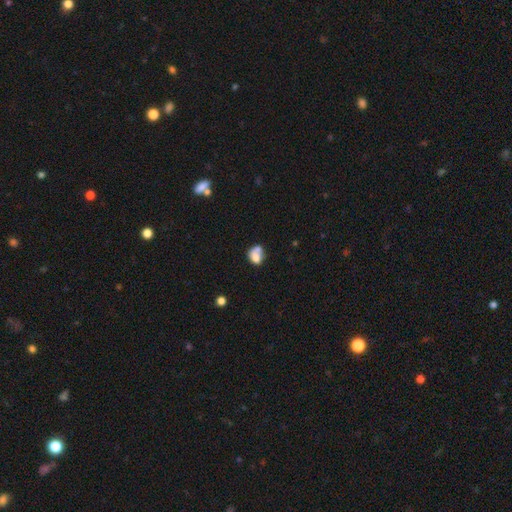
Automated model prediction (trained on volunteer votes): Q: Smooth or featured?
A: smooth (71%); runner-up: featured or disk (19%)
Q: How rounded?
A: in between (57%); runner-up: round (42%)
Q: Merging?
A: merger (46%); runner-up: none (28%)